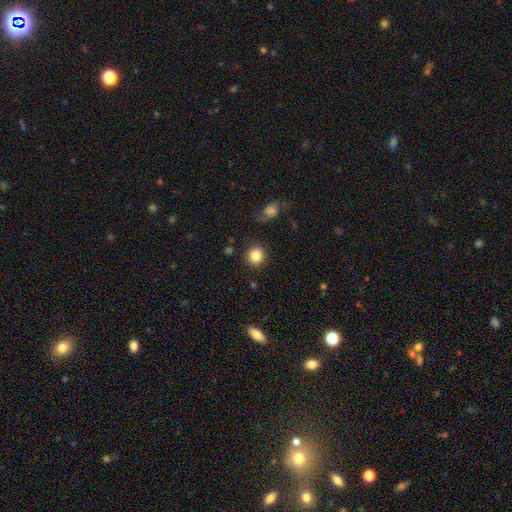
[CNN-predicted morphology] Smooth or featured?
  - smooth: 84% *
  - star or artifact: 10%
  - featured or disk: 6%
How rounded?
  - round: 89% *
  - in between: 11%
  - cigar-shaped: 1%
Merging?
  - none: 88% *
  - minor disturbance: 7%
  - major disturbance: 3%
  - merger: 2%